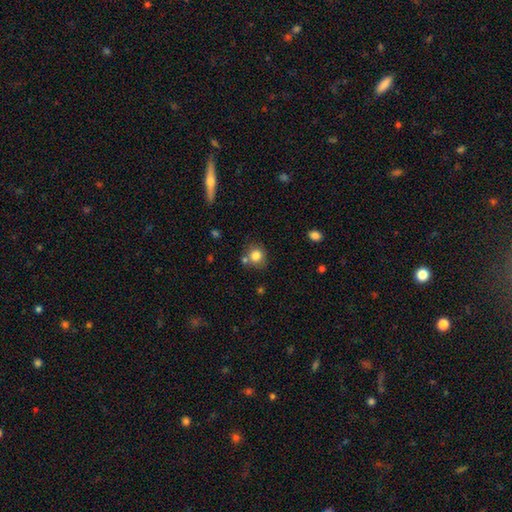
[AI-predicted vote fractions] Q: Smooth or featured?
A: smooth (81%); runner-up: star or artifact (11%)
Q: How rounded?
A: round (85%); runner-up: in between (14%)
Q: Merging?
A: none (70%); runner-up: merger (14%)